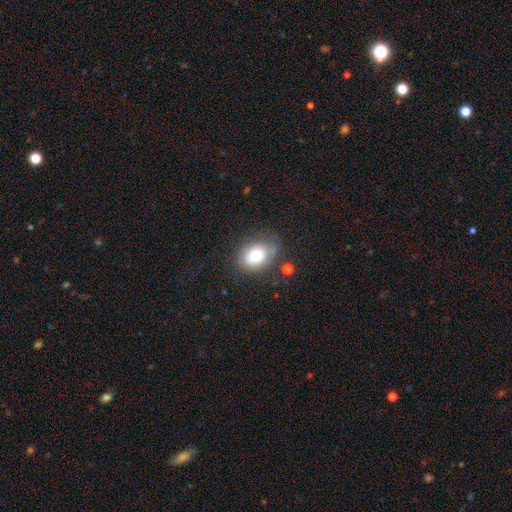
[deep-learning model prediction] A smooth galaxy with no disk features (76%) that is in between round and cigar-shaped (67%).

Vote fractions:
- Smooth or featured? smooth: 76% / featured or disk: 15% / star or artifact: 9%
- How rounded? in between: 67% / round: 32% / cigar-shaped: 1%
- Merging? none: 67% / minor disturbance: 22% / major disturbance: 8% / merger: 3%